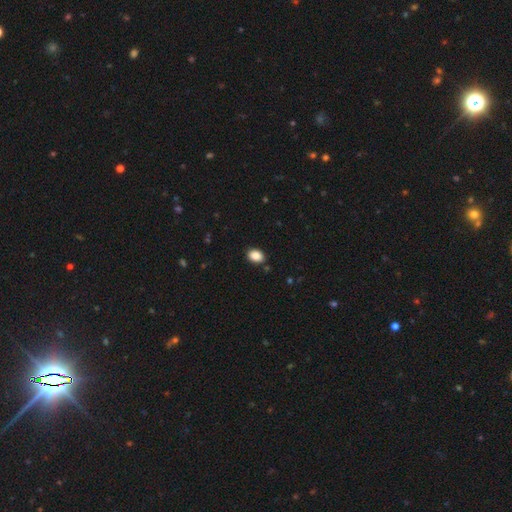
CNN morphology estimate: smooth 88%, star or artifact 8%, featured or disk 3%. Down the decision tree: how rounded — in between (76%); merging — none (88%).